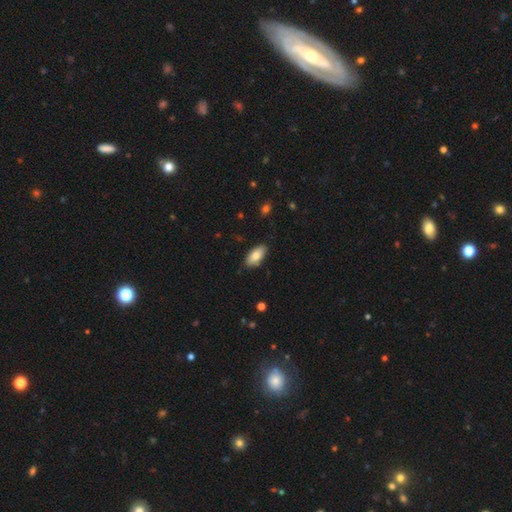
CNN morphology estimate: smooth 78%, featured or disk 15%, star or artifact 6%. Down the decision tree: how rounded — in between (92%); merging — none (84%).